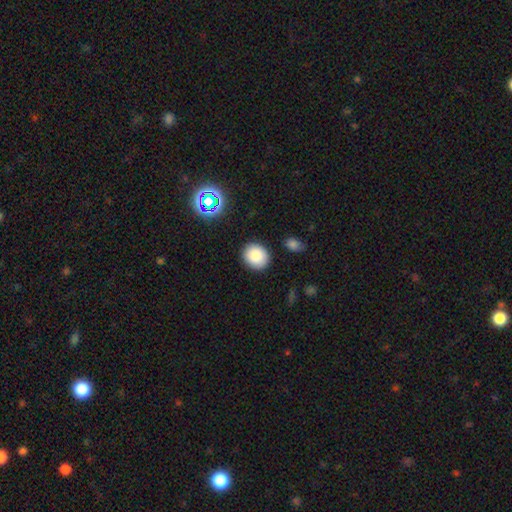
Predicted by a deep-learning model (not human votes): smooth 84%, star or artifact 10%, featured or disk 6%. Down the decision tree: how rounded — round (76%); merging — none (89%).